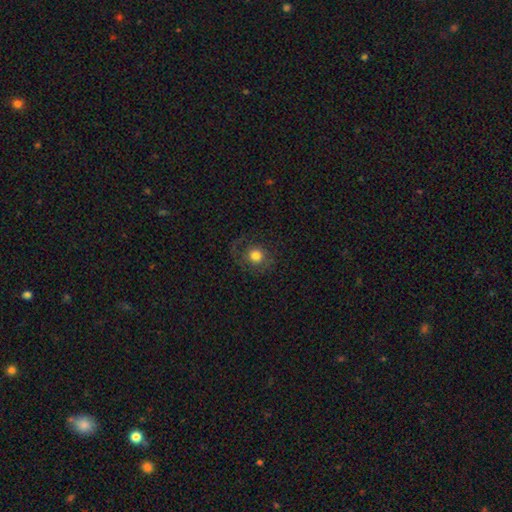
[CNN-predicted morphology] smooth-or-featured: smooth: 70% | featured or disk: 19% | star or artifact: 11%
  how-rounded: round: 87% | in between: 12% | cigar-shaped: 1%
  merging: none: 69% | major disturbance: 15% | minor disturbance: 15% | merger: 1%